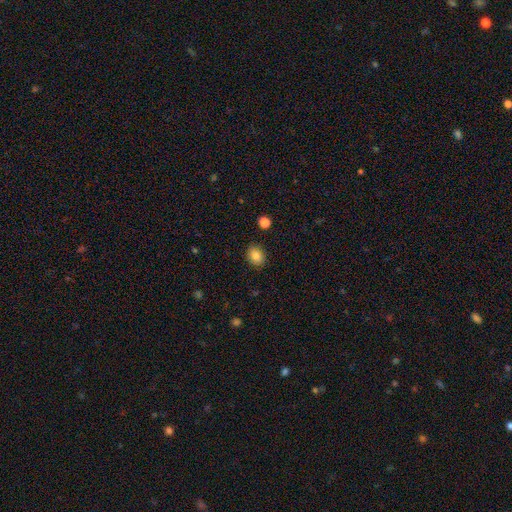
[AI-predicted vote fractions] Overall: smooth (84%). How rounded: round (52%; in between 47%). Merging: none (88%).